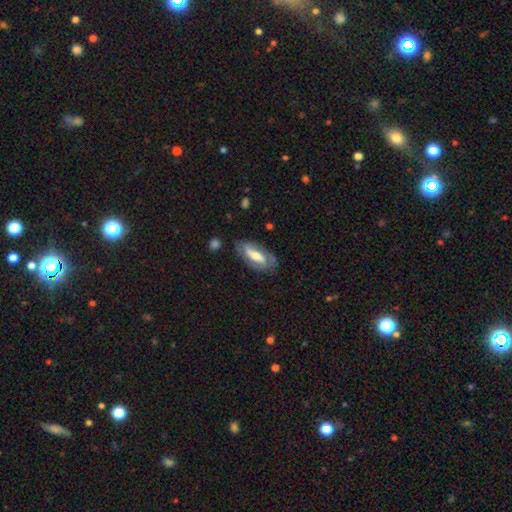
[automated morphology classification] Smooth or featured?
  - featured or disk: 62% *
  - smooth: 32%
  - star or artifact: 6%
Edge-on disk?
  - no: 83% *
  - yes: 17%
Bar?
  - strong: 41% *
  - weak: 30%
  - no: 29%
Spiral arms?
  - yes: 68% *
  - no: 32%
Bulge size?
  - moderate: 62% *
  - small: 21%
  - large: 13%
  - none: 2%
  - dominant: 2%
Merging?
  - none: 74% *
  - minor disturbance: 18%
  - major disturbance: 7%
  - merger: 2%